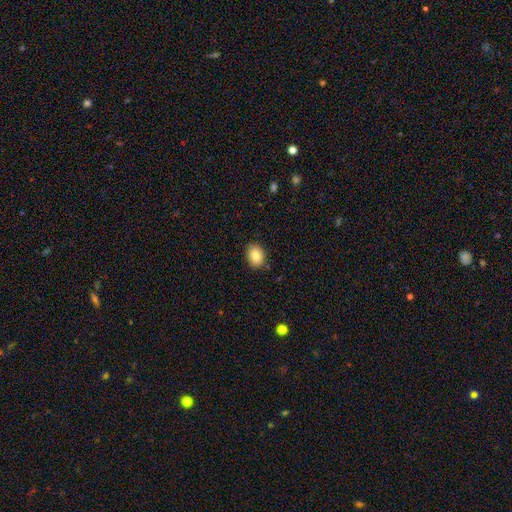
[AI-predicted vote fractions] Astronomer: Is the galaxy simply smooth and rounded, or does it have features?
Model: smooth — 84%.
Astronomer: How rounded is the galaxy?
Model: in between — 67%.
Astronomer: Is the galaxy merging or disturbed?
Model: none — 85%.